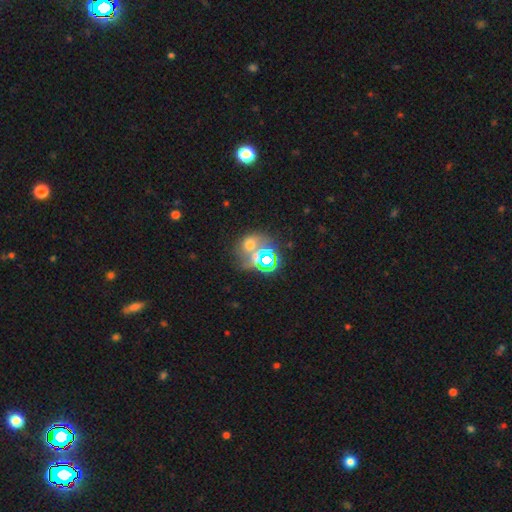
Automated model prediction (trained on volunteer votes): Q: Smooth or featured?
A: star or artifact (39%); runner-up: smooth (38%)